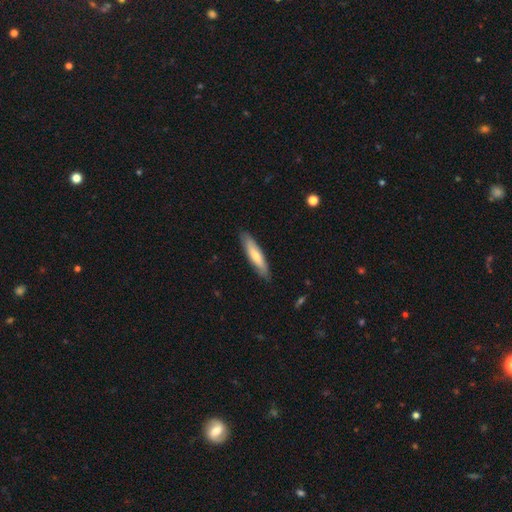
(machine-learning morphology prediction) Smooth or featured: smooth — 67% (featured or disk — 28%)
How rounded: cigar-shaped — 79% (in between — 19%)
Merging: none — 86% (minor disturbance — 11%)